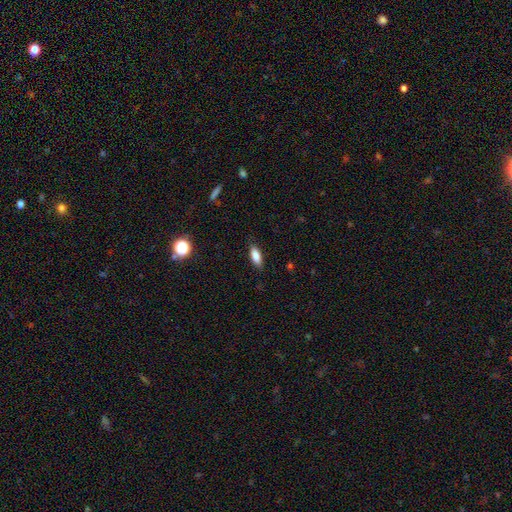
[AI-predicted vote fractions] smooth 83%, featured or disk 9%, star or artifact 8%. Down the decision tree: how rounded — in between (74%); merging — none (86%).